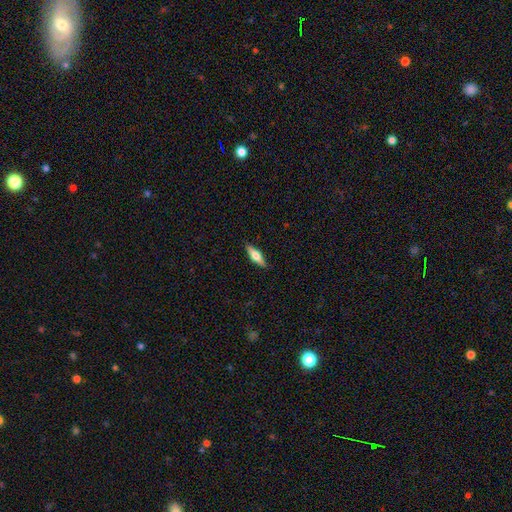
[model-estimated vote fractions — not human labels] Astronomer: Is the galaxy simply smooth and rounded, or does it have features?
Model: featured or disk — 48% (runner-up: smooth, 47%).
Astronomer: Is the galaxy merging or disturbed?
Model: none — 90%.